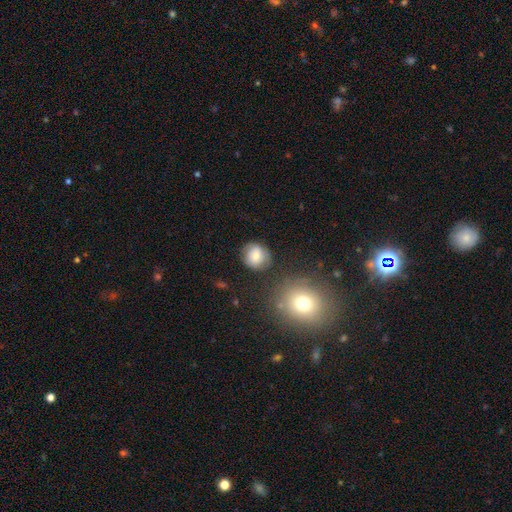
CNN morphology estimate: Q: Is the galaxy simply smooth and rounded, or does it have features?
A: smooth — 73%.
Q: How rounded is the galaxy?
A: round — 88%.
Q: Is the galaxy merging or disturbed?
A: none — 78%.